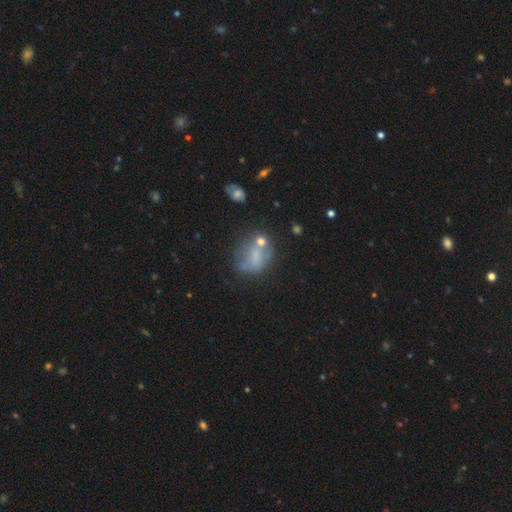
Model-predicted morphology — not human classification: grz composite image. It shows a smooth galaxy with no disk features (51%) that is in between round and cigar-shaped (54%). Merging: none (40%).